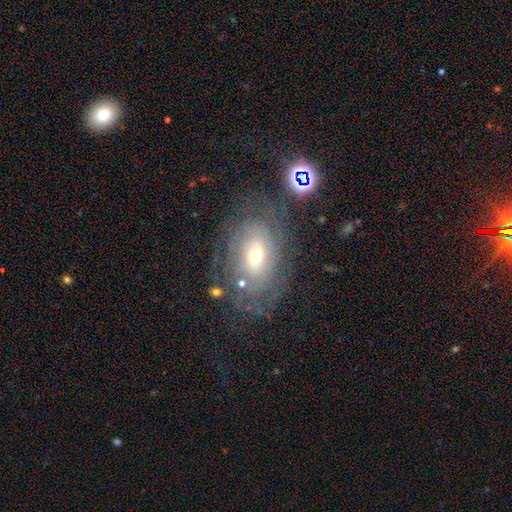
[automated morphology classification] Smooth or featured?
  - featured or disk: 70% *
  - smooth: 19%
  - star or artifact: 11%
Edge-on disk?
  - no: 94% *
  - yes: 6%
Bar?
  - no: 59% *
  - weak: 31%
  - strong: 9%
Spiral arms?
  - yes: 79% *
  - no: 21%
Spiral winding?
  - tight: 71% *
  - medium: 21%
  - loose: 7%
Spiral arm count?
  - can't tell: 63% *
  - 2: 12%
  - 3: 8%
  - 4: 6%
  - more than 4: 6%
  - 1: 4%
Bulge size?
  - moderate: 49% *
  - small: 45%
  - large: 4%
  - dominant: 1%
  - none: 1%
Merging?
  - none: 68% *
  - minor disturbance: 18%
  - major disturbance: 11%
  - merger: 3%